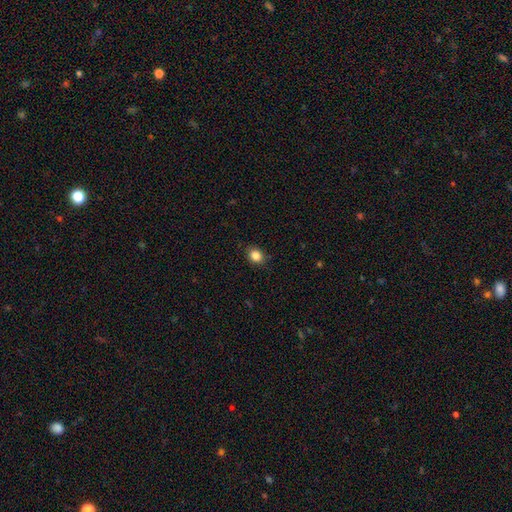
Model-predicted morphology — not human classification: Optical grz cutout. It shows a smooth galaxy with no disk features (85%) that is round (53%). Merging: none (88%).